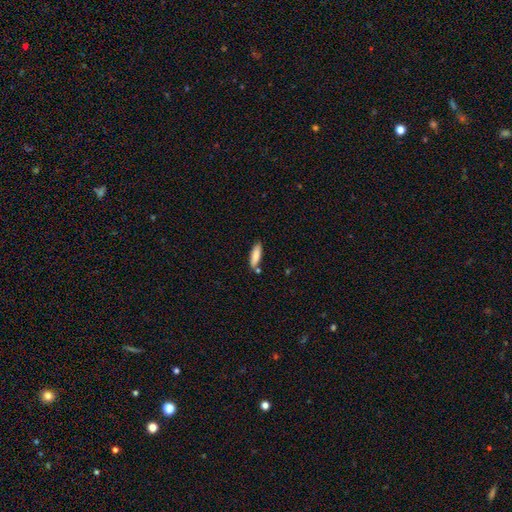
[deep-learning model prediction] Smooth or featured: smooth — 82% (featured or disk — 12%)
How rounded: cigar-shaped — 54% (in between — 45%)
Merging: none — 76% (minor disturbance — 14%)